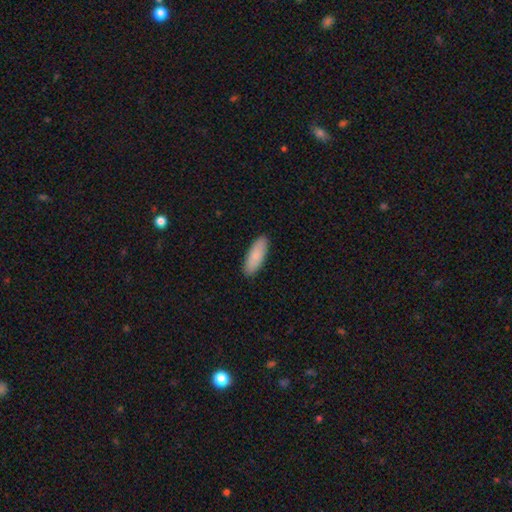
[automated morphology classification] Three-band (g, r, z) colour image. It shows a smooth galaxy with no disk features (84%) that is in between round and cigar-shaped (69%). Merging: none (90%).